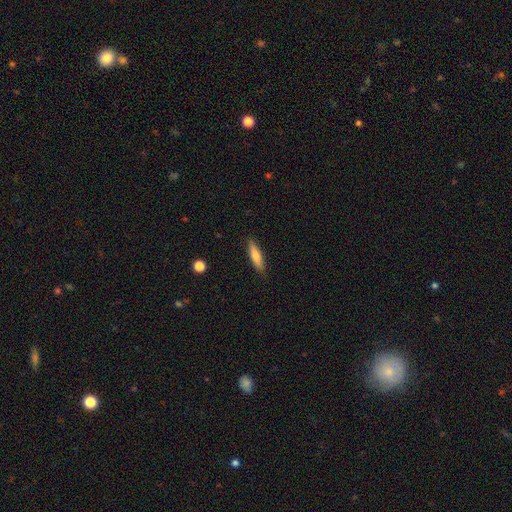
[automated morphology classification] Smooth or featured?
  - smooth: 67% *
  - featured or disk: 27%
  - star or artifact: 6%
How rounded?
  - cigar-shaped: 74% *
  - in between: 25%
  - round: 2%
Merging?
  - none: 88% *
  - minor disturbance: 9%
  - major disturbance: 2%
  - merger: 1%